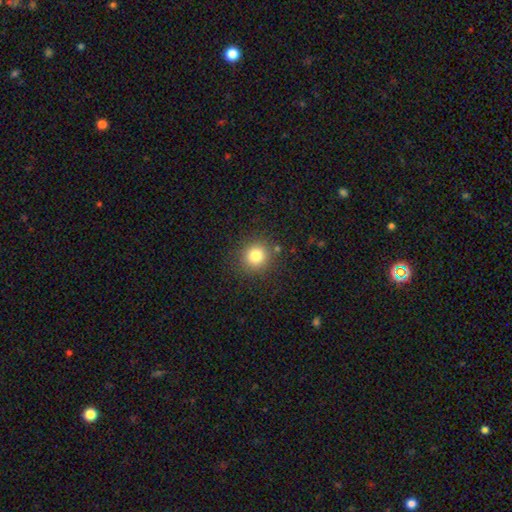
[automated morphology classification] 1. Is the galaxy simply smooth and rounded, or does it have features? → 81% smooth, 12% star or artifact, 7% featured or disk.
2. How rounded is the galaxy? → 89% round, 10% in between, 1% cigar-shaped.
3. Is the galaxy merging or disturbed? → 87% none, 8% minor disturbance, 3% major disturbance, 2% merger.